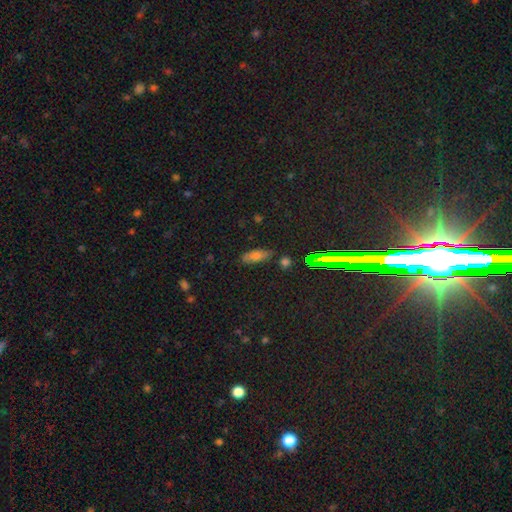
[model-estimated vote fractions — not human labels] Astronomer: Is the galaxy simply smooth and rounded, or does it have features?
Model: smooth — 68%.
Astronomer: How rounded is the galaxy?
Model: in between — 67%.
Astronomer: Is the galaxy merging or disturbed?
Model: none — 78%.